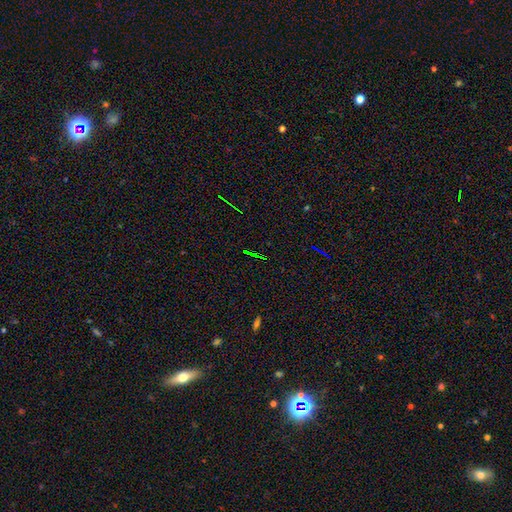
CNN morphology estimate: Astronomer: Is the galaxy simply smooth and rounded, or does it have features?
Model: star or artifact — 74%.